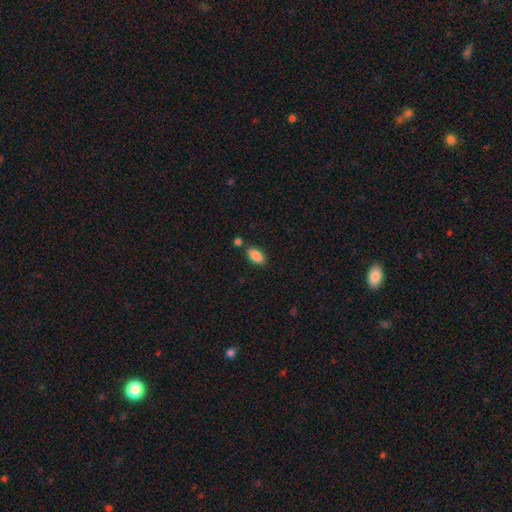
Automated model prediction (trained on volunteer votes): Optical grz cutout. It shows a smooth galaxy with no disk features (87%) that is in between round and cigar-shaped (93%). Merging: none (79%).